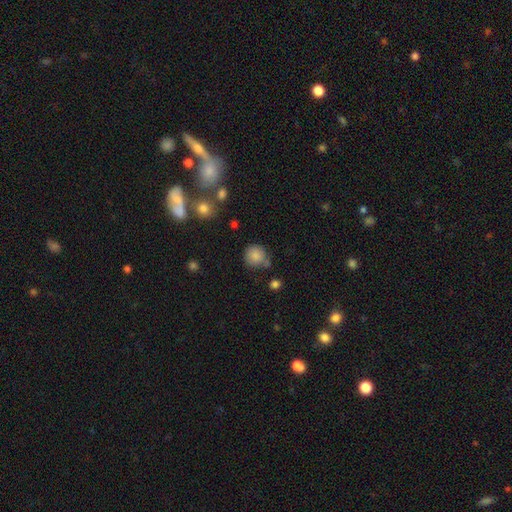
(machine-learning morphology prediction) Smooth or featured? Predicted: smooth (p=0.85). How rounded? Predicted: round (p=0.90). Merging? Predicted: none (p=0.72).